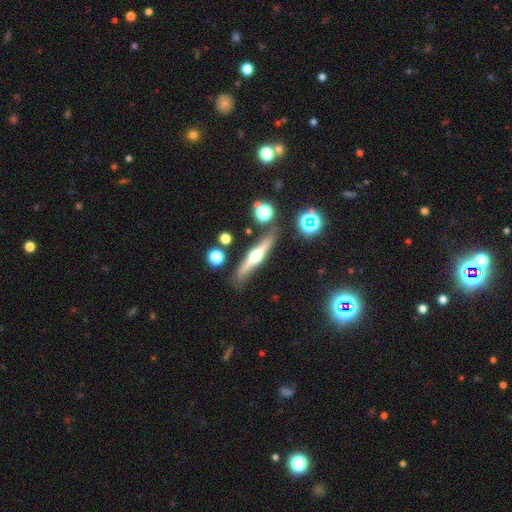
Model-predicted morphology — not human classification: Q: Smooth or featured?
A: featured or disk (70%); runner-up: smooth (23%)
Q: Edge-on disk?
A: yes (96%); runner-up: no (4%)
Q: Edge-on bulge?
A: rounded (95%); runner-up: boxy (3%)
Q: Merging?
A: none (83%); runner-up: minor disturbance (10%)